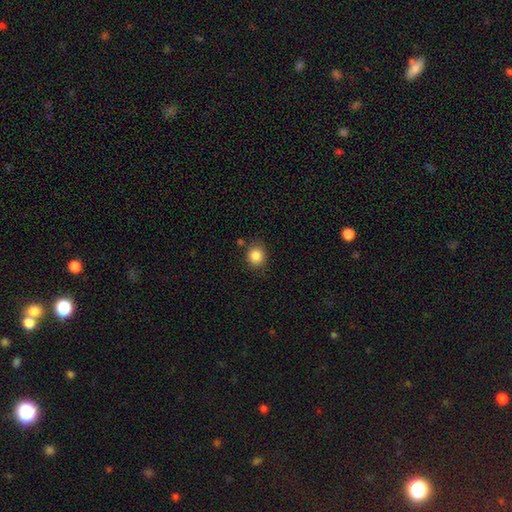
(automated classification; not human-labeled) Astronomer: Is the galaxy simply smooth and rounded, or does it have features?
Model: smooth — 86%.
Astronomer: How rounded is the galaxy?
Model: round — 80%.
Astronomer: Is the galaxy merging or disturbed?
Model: none — 81%.